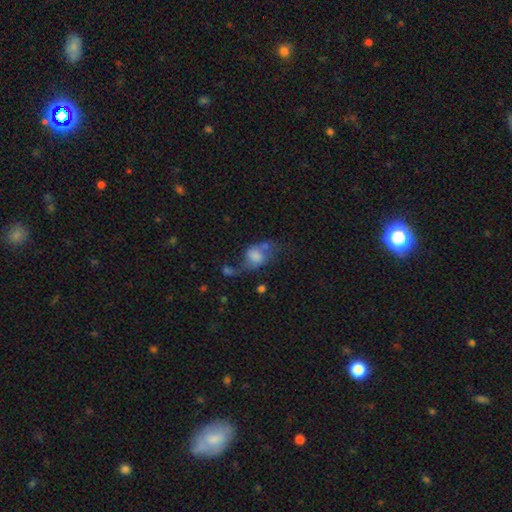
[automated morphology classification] type=smooth (49%); merging=none (31%).